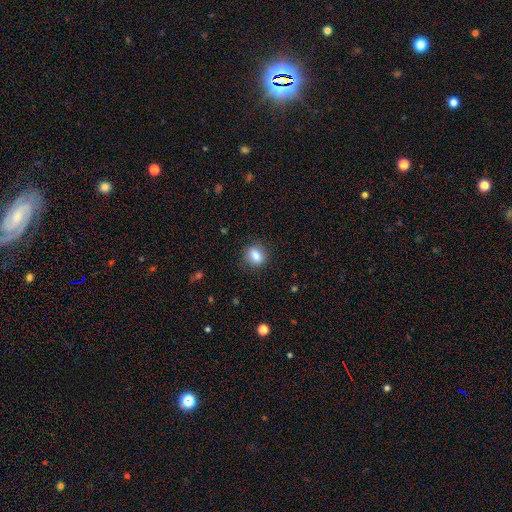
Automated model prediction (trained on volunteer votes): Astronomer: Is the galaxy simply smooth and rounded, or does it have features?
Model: smooth — 83%.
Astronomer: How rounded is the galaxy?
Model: round — 55% (runner-up: in between, 44%).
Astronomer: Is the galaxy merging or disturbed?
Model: none — 85%.